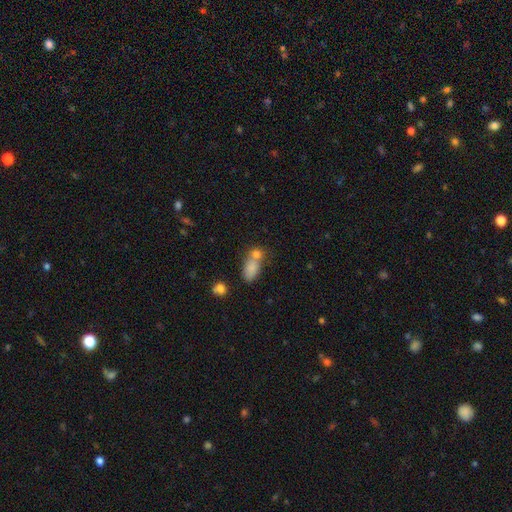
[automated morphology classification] smooth 74%, star or artifact 16%, featured or disk 10%. Down the decision tree: how rounded — in between (72%); merging — merger (43%).